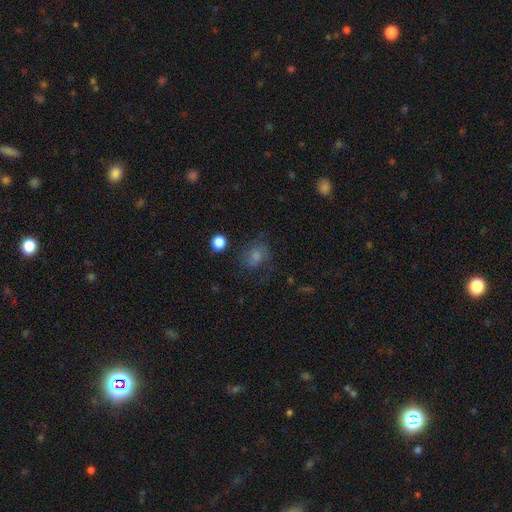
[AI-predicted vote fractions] Smooth or featured? smooth (55%)
How rounded? in between (50%)
Merging? none (66%)